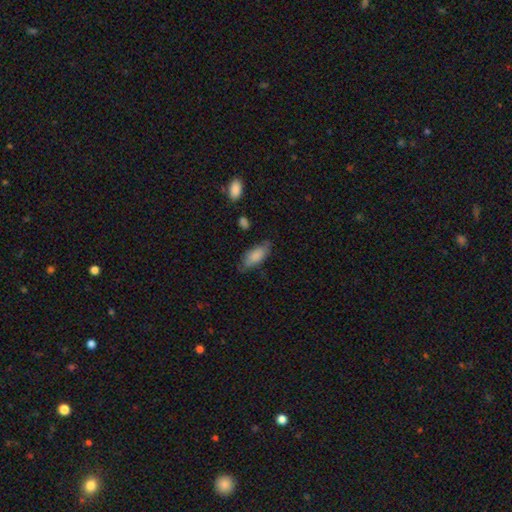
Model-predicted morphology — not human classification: Smooth or featured? smooth (80%)
How rounded? in between (84%)
Merging? none (69%)